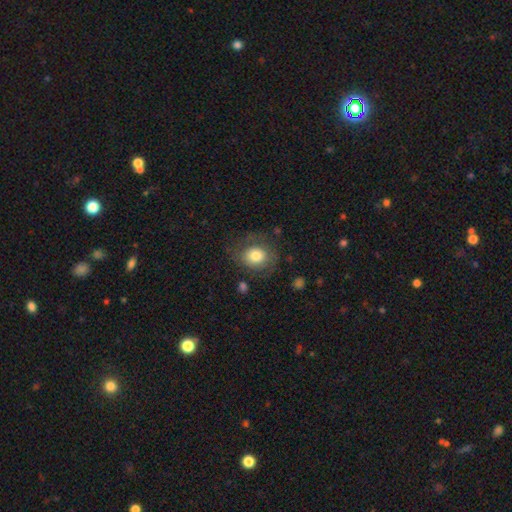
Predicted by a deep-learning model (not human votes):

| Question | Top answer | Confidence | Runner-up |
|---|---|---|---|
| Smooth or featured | smooth | 70% | featured or disk (21%) |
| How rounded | round | 70% | in between (29%) |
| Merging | none | 68% | minor disturbance (18%) |